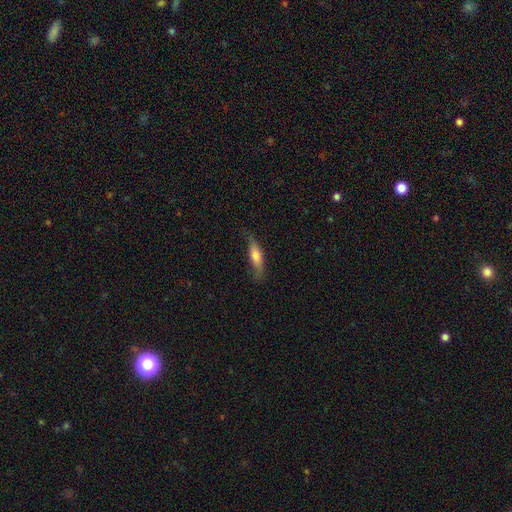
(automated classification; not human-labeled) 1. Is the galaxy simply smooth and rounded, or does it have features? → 62% smooth, 32% featured or disk, 6% star or artifact.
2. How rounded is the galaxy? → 52% cigar-shaped, 46% in between, 3% round.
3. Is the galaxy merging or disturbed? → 60% none, 28% minor disturbance, 10% major disturbance, 2% merger.